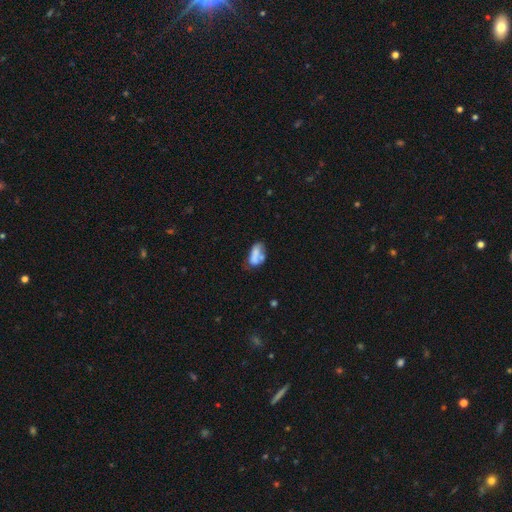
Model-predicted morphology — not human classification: Overall: smooth (63%; featured or disk 27%). How rounded: in between (87%). Merging: none (32%; merger 31%).